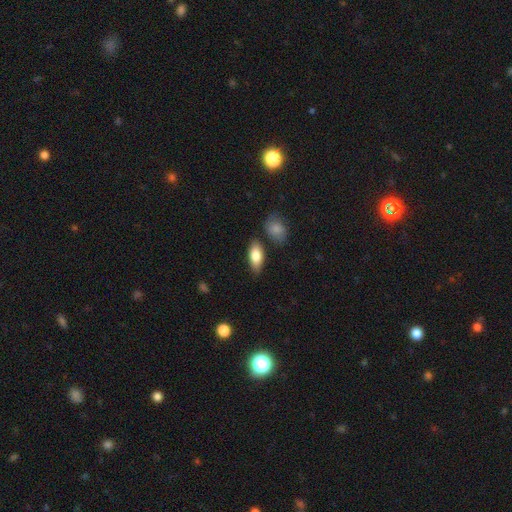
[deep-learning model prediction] Morphology: type=smooth (81%); roundness=in between (85%); merging=none (80%).